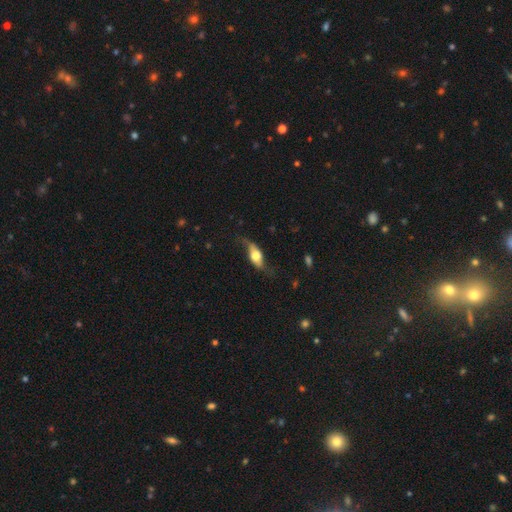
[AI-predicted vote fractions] This is possibly a featured or disk galaxy (51%). It is possibly not viewed edge-on (51%). Merging: possibly none (57%).